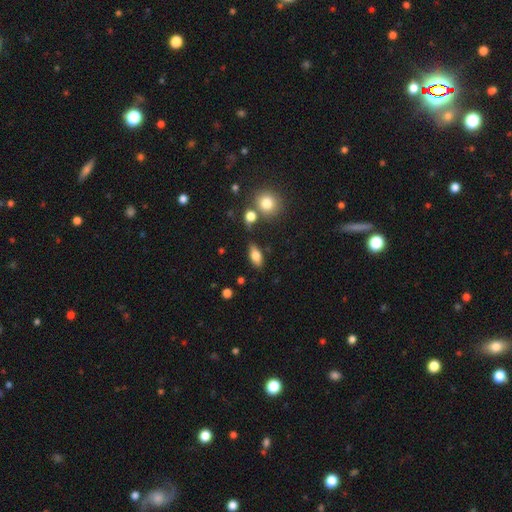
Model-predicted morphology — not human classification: This is likely a smooth galaxy (76%). How rounded: clearly in between (83%). Merging: likely none (73%).